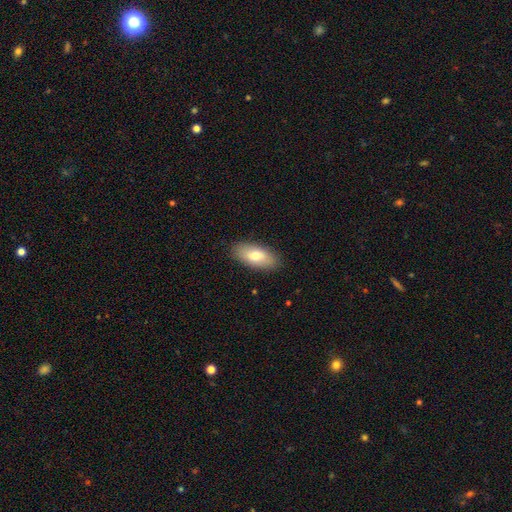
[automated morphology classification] A smooth galaxy with no disk features (72%) that is in between round and cigar-shaped (87%). Merging: none (88%).